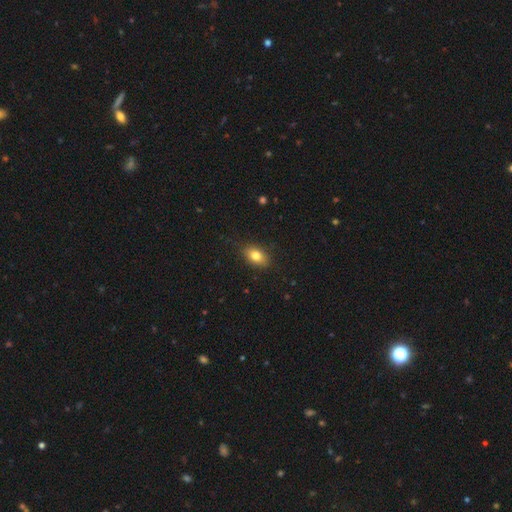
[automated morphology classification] Smooth or featured? Predicted: smooth (p=0.80). How rounded? Predicted: in between (p=0.82). Merging? Predicted: none (p=0.84).